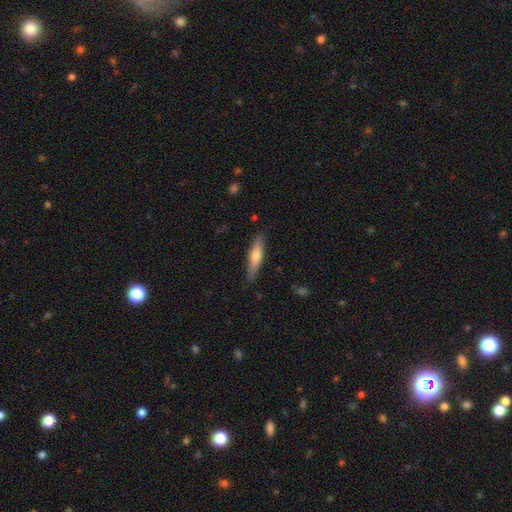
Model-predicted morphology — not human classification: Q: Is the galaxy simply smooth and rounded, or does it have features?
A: smooth — 57%.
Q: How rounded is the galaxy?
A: cigar-shaped — 80%.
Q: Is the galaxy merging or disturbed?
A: none — 85%.